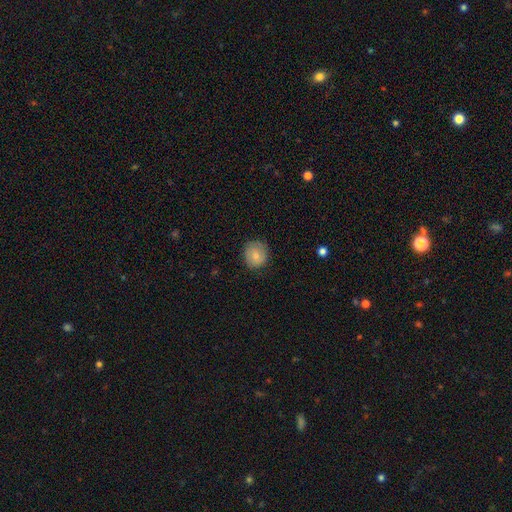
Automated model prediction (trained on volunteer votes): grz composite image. It shows a smooth galaxy with no disk features (78%) that is round (82%). Merging: none (78%).